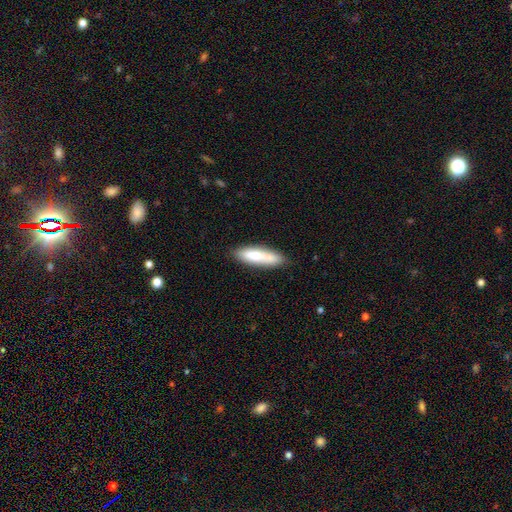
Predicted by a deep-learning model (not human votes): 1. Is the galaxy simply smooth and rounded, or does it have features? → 71% smooth, 23% featured or disk, 6% star or artifact.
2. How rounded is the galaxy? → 55% cigar-shaped, 43% in between, 2% round.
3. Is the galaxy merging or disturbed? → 78% none, 14% minor disturbance, 4% merger, 3% major disturbance.